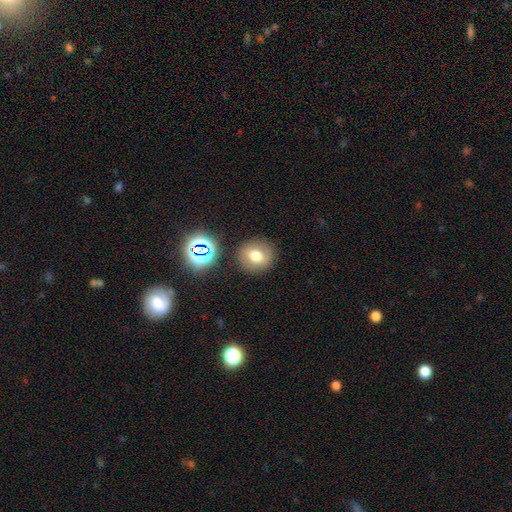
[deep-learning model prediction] Morphology: type=smooth (69%); roundness=round (86%); merging=none (86%).